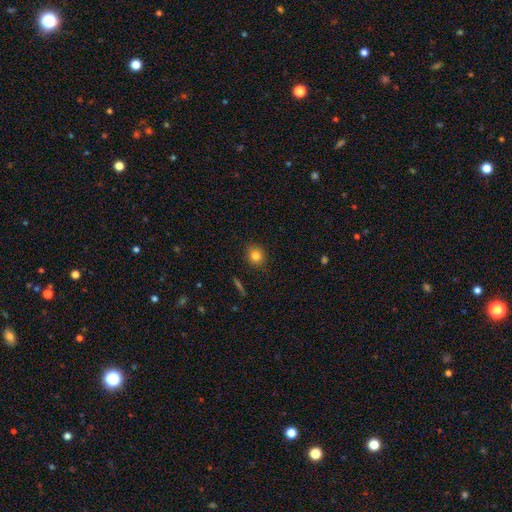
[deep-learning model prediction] Morphology: type=smooth (81%); roundness=round (85%); merging=none (88%).